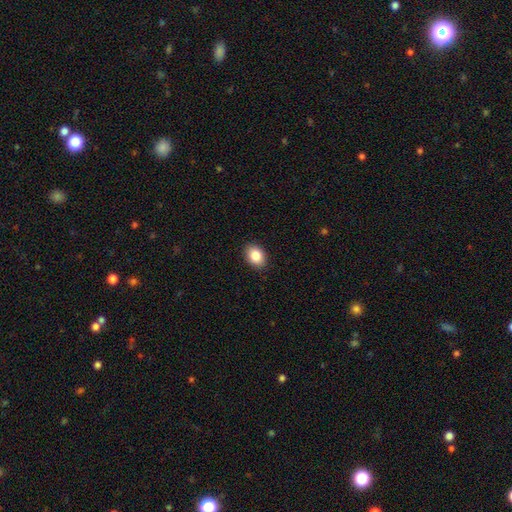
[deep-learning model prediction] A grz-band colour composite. It shows a smooth galaxy with no disk features (86%) that is in between round and cigar-shaped (70%). Merging: none (90%).